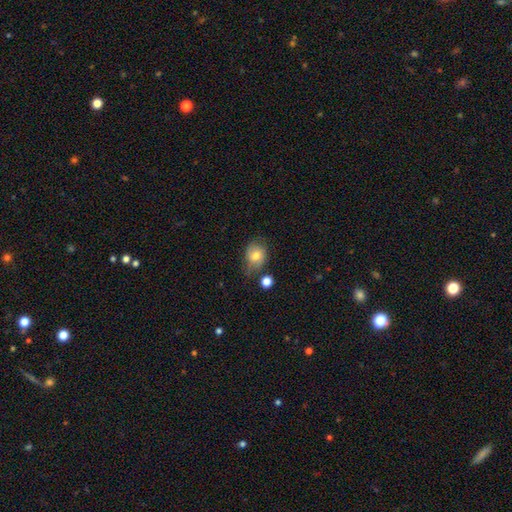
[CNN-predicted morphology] Q: Smooth or featured?
A: smooth (71%); runner-up: featured or disk (20%)
Q: How rounded?
A: round (52%); runner-up: in between (47%)
Q: Merging?
A: none (51%); runner-up: minor disturbance (31%)